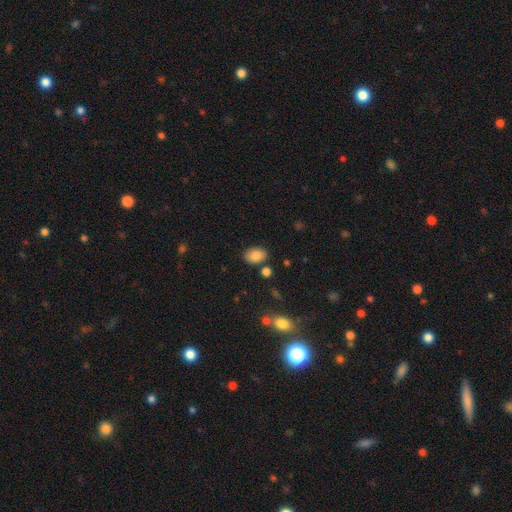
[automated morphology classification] Overall: smooth (86%). How rounded: in between (85%). Merging: none (82%).